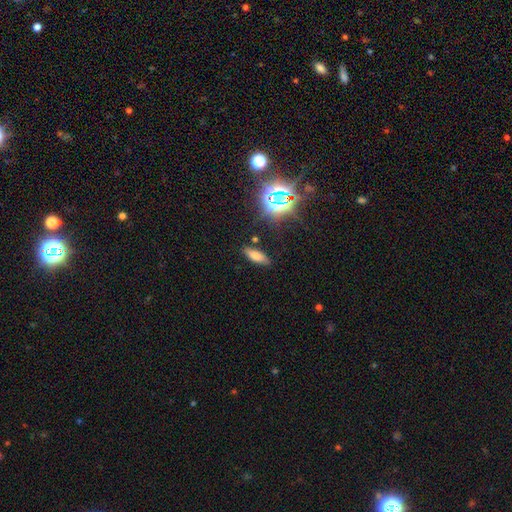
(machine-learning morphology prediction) The model was most divided on "how rounded": in between: 62%, cigar-shaped: 34%, round: 4%. More confident: merging — none (84%); smooth or featured — smooth (66%).